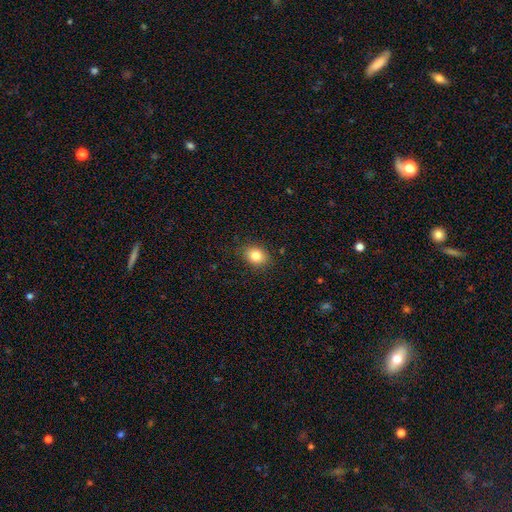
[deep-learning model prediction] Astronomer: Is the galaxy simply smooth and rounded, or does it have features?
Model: smooth — 83%.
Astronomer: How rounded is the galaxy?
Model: round — 51% (runner-up: in between, 48%).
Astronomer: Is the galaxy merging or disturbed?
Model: none — 87%.